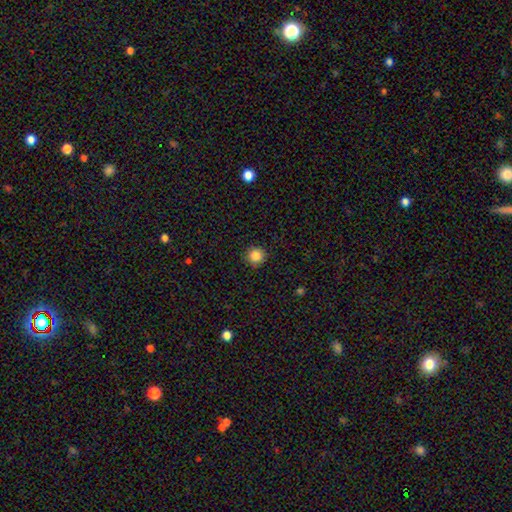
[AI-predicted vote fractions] This is clearly a smooth galaxy (86%). How rounded: clearly round (94%). Merging: clearly none (91%).